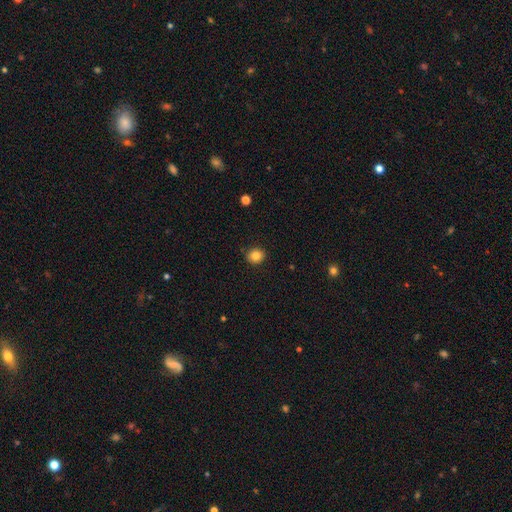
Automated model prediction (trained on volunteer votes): A smooth galaxy with no disk features (85%) that is round (82%). Merging: none (89%).